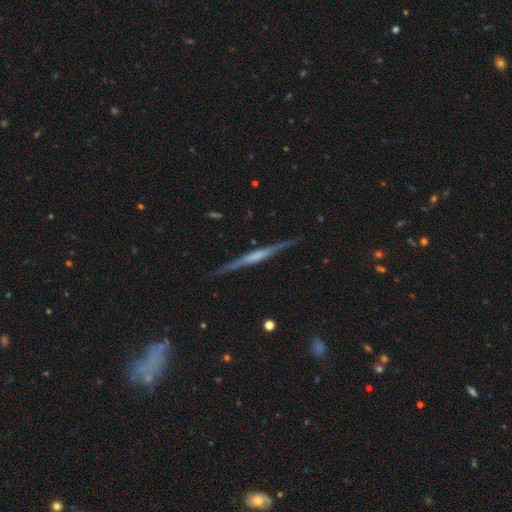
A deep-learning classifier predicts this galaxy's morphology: smooth_or_featured: featured or disk (p=0.77) [alt: smooth p=0.15]
disk_edge_on: yes (p=0.97) [alt: no p=0.03]
edge_on_bulge: rounded (p=0.63) [alt: none p=0.23]
merging: none (p=0.87) [alt: minor disturbance p=0.09]